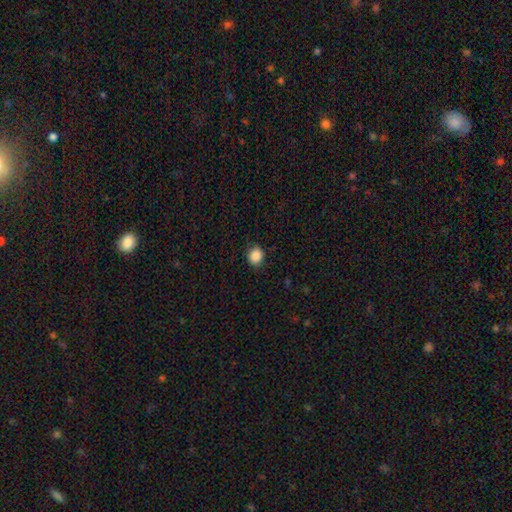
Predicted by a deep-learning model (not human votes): Overall: smooth (88%). How rounded: round (76%). Merging: none (88%).